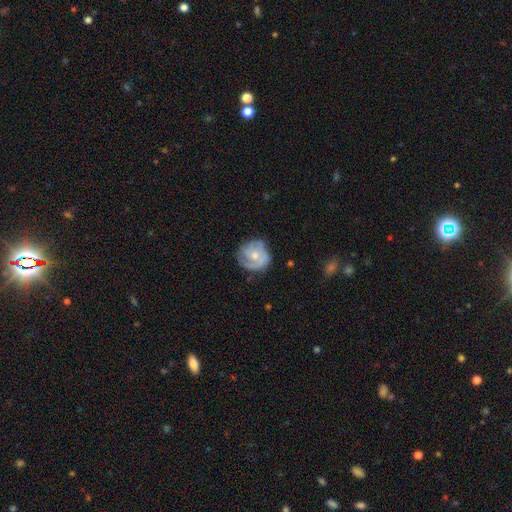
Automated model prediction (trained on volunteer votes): Morphology: type=featured or disk (64%); edge-on=no (98%); bar=no (74%); spiral arms=yes (83%); winding=tight (51%); arm count=2 (32%); bulge=moderate (55%); merging=none (67%).